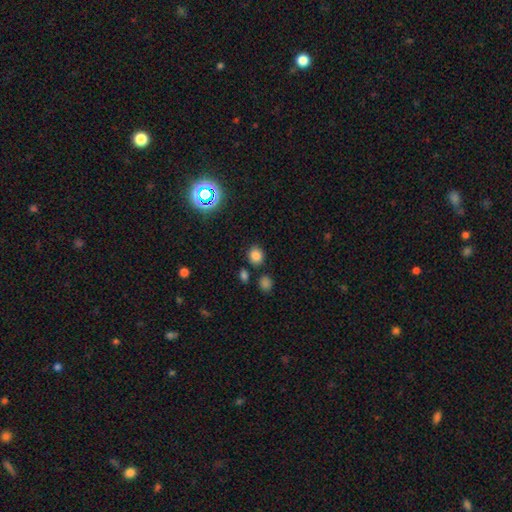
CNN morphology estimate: Smooth or featured: smooth — 80% (star or artifact — 14%)
How rounded: round — 71% (in between — 28%)
Merging: none — 81% (minor disturbance — 10%)